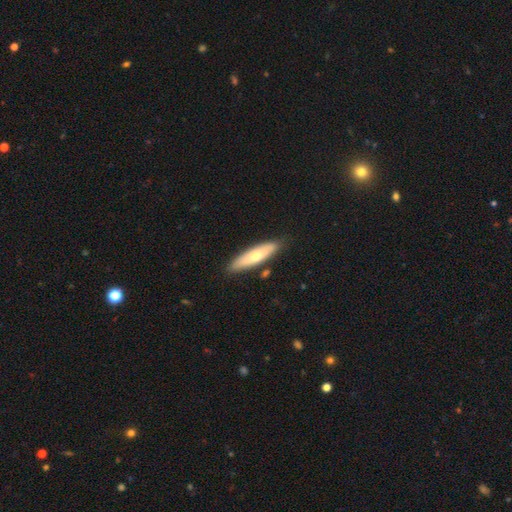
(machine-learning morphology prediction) type=smooth (59%); roundness=cigar-shaped (65%); merging=none (83%).